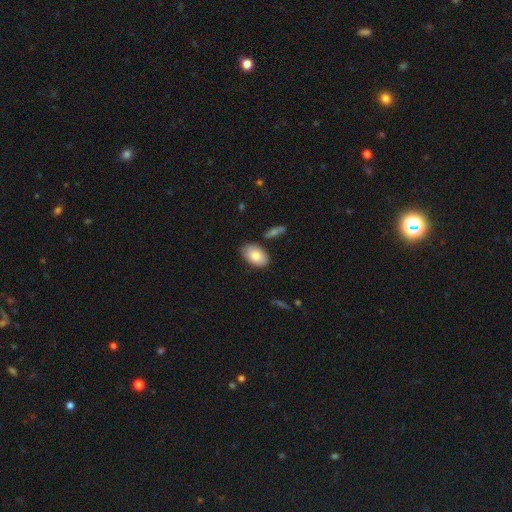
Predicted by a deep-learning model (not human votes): Smooth or featured?
  - smooth: 82% *
  - featured or disk: 12%
  - star or artifact: 6%
How rounded?
  - in between: 92% *
  - round: 7%
  - cigar-shaped: 1%
Merging?
  - none: 80% *
  - minor disturbance: 13%
  - merger: 4%
  - major disturbance: 3%